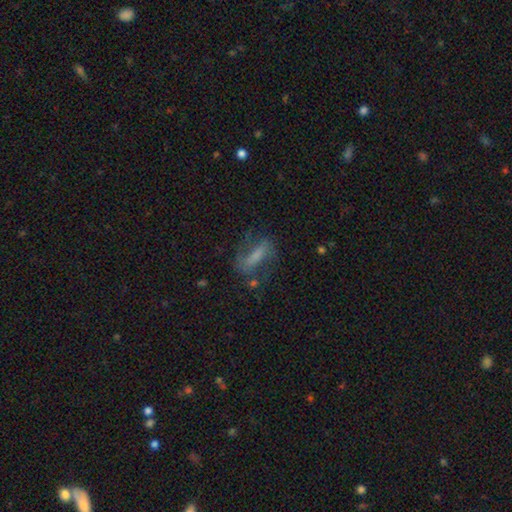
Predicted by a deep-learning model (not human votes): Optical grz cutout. It shows a featured or disk galaxy (46%). Merging: none (62%).